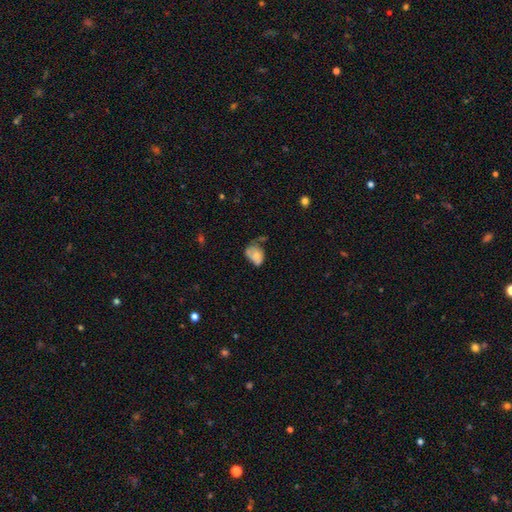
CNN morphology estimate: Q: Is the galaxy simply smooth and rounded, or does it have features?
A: smooth — 64%.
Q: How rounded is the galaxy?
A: in between — 69%.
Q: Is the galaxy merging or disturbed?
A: minor disturbance — 35%.